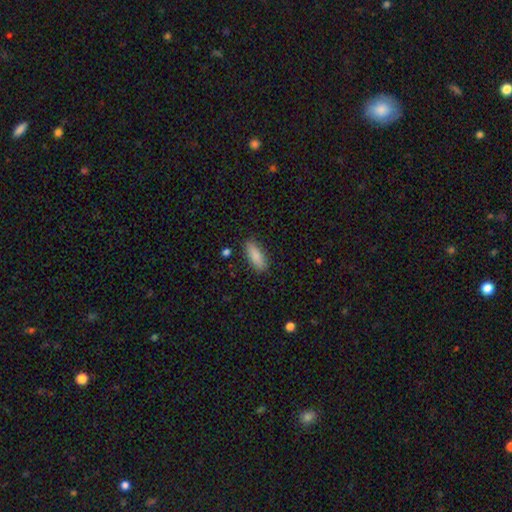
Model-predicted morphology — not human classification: Smooth or featured? Predicted: smooth (p=0.86). How rounded? Predicted: in between (p=0.70). Merging? Predicted: none (p=0.84).